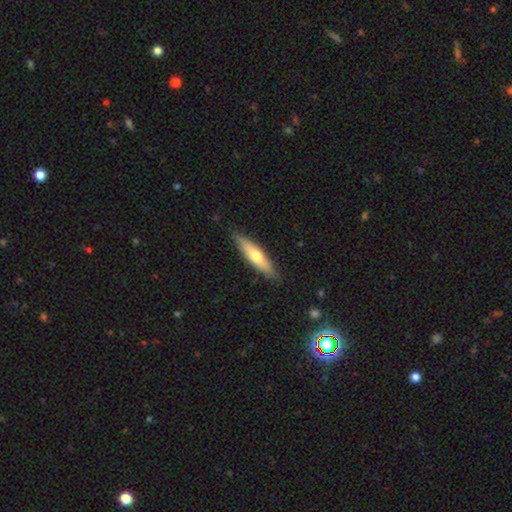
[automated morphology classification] Smooth or featured? smooth (56%)
How rounded? cigar-shaped (74%)
Merging? none (86%)